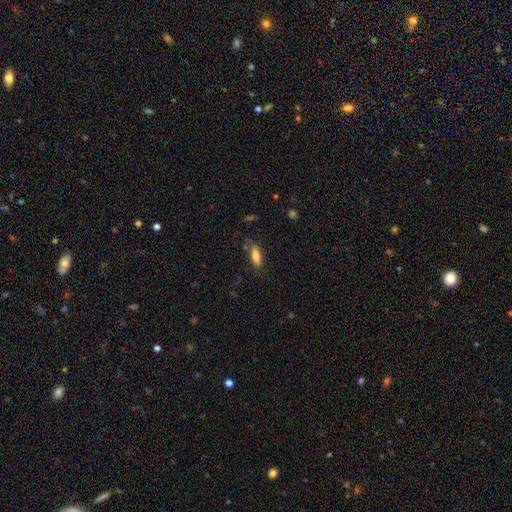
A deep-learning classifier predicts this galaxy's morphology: A smooth galaxy with no disk features (79%) that is in between round and cigar-shaped (62%). Merging: none (68%).